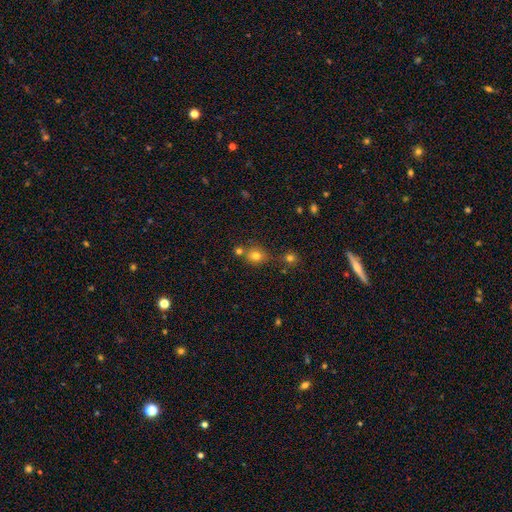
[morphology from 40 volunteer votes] A smooth galaxy with no disk features (78%) that is round (74%).

Vote fractions:
- Smooth or featured? smooth: 78% / featured or disk: 18% / star or artifact: 5%
- How rounded? round: 74% / in between: 26% / cigar-shaped: 0%
- Merging? none: 68% / merger: 26% / minor disturbance: 3% / major disturbance: 3%